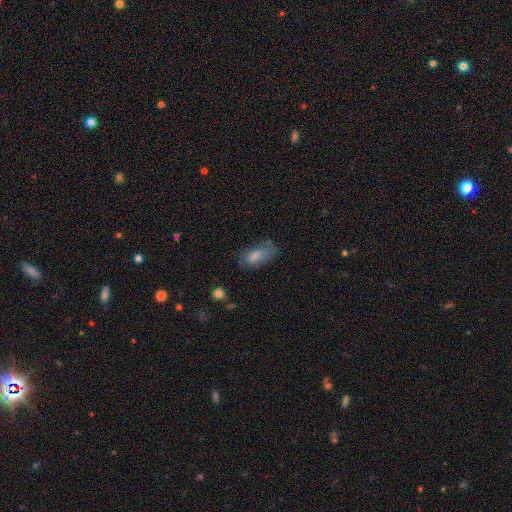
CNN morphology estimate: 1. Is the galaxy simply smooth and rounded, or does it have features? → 78% smooth, 14% featured or disk, 8% star or artifact.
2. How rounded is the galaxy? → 88% in between, 9% cigar-shaped, 3% round.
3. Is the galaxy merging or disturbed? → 52% none, 29% minor disturbance, 15% major disturbance, 4% merger.